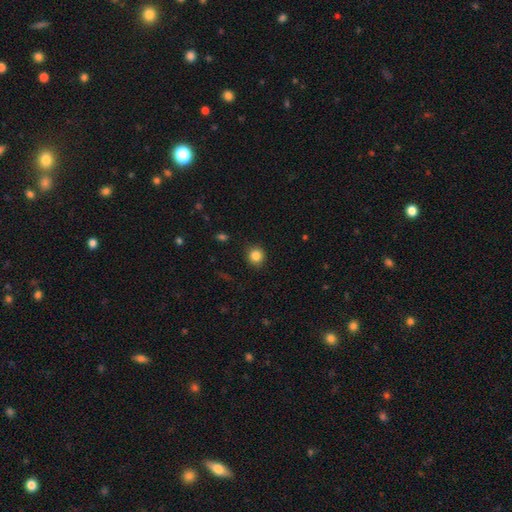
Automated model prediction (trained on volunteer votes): This appears to be a smooth galaxy with no disk features (84%) that is round (87%). Merging: none (89%).